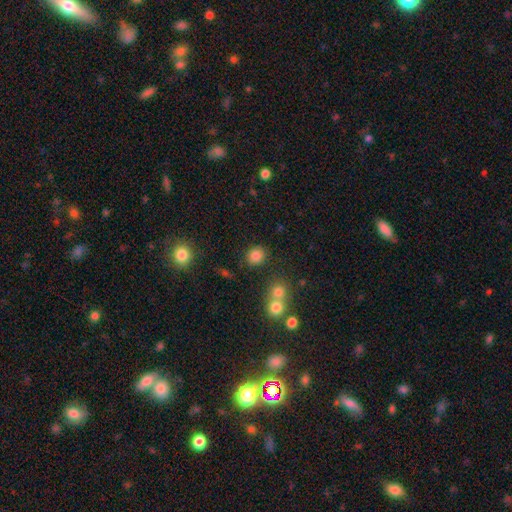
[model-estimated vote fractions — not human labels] Overall: smooth (82%). How rounded: round (80%). Merging: none (82%).